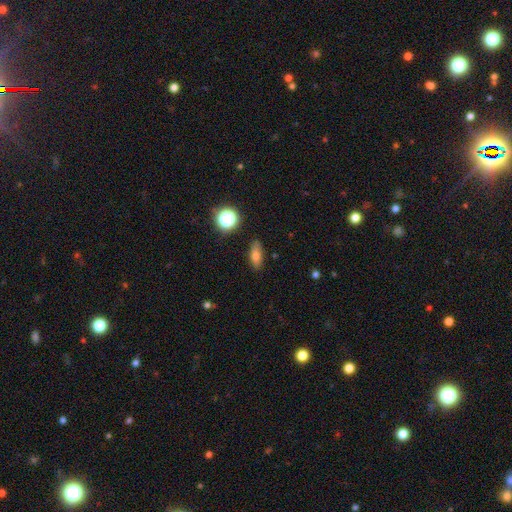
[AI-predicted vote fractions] A smooth galaxy with no disk features (72%) that is in between round and cigar-shaped (68%). Merging: none (83%).